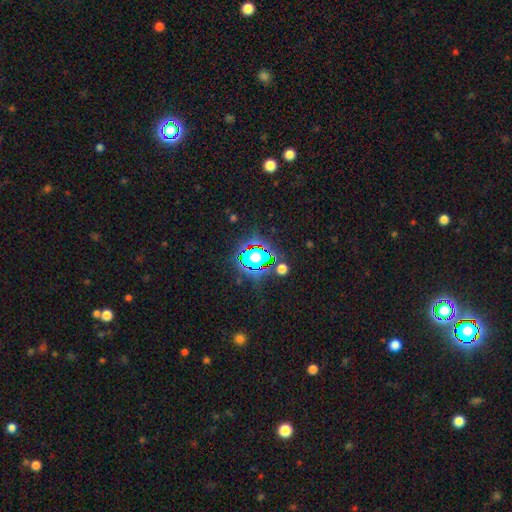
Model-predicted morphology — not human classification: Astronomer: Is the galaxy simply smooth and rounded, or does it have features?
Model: star or artifact — 59%.